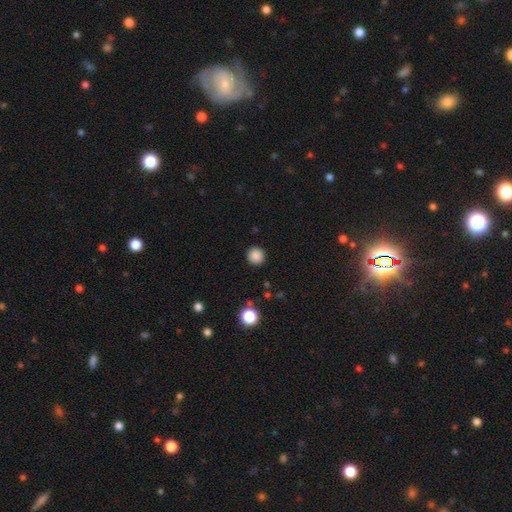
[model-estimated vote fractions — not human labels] Smooth or featured? smooth (86%)
How rounded? round (93%)
Merging? none (91%)